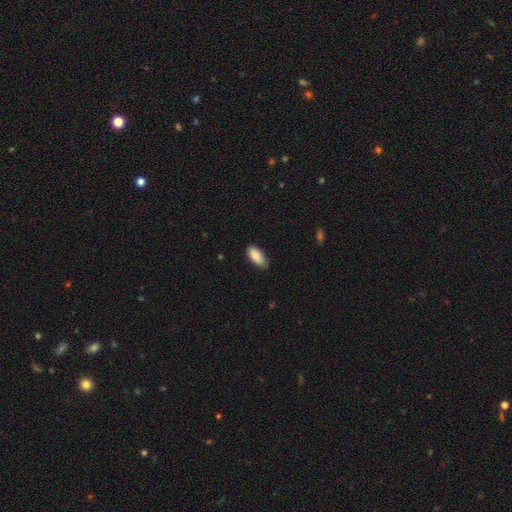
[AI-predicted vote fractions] smooth_or_featured: smooth (p=0.89) [alt: star or artifact p=0.06]
how_rounded: in between (p=0.91) [alt: cigar-shaped p=0.07]
merging: none (p=0.73) [alt: minor disturbance p=0.23]